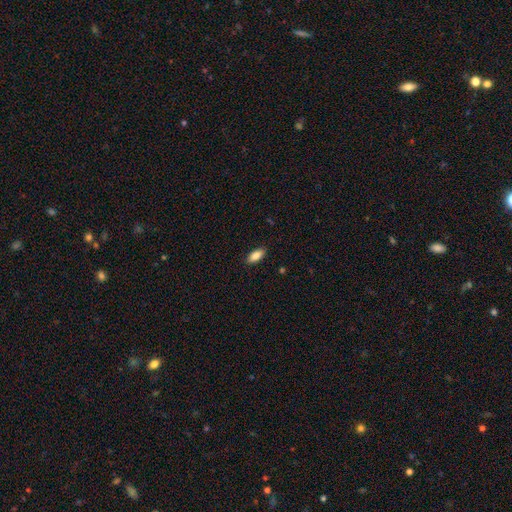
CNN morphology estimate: Smooth or featured? Predicted: smooth (p=0.87). How rounded? Predicted: in between (p=0.88). Merging? Predicted: none (p=0.89).